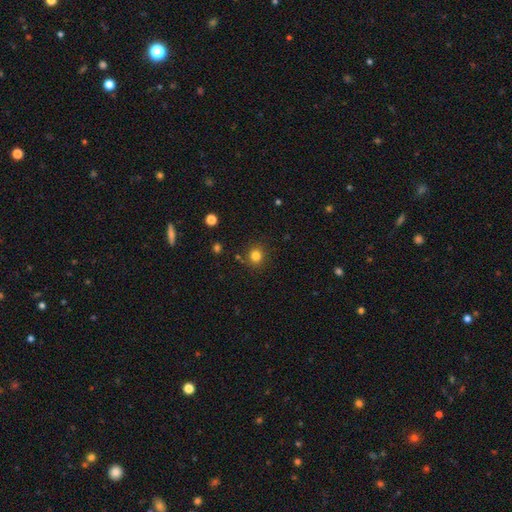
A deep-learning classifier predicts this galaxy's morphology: Smooth or featured? smooth (81%)
How rounded? round (88%)
Merging? none (85%)